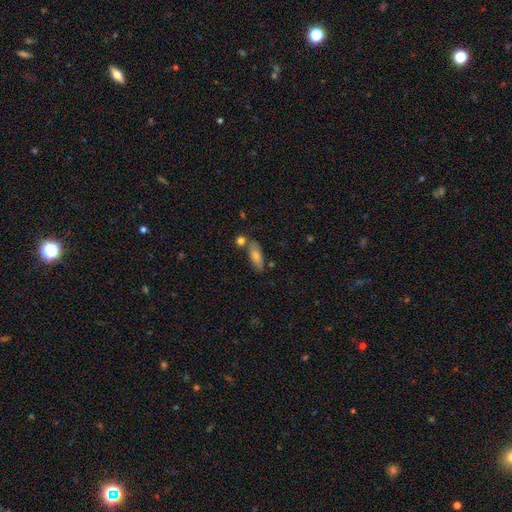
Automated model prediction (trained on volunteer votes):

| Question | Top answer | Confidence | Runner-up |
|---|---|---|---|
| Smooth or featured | smooth | 70% | featured or disk (21%) |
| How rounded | in between | 66% | cigar-shaped (30%) |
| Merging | none | 69% | minor disturbance (14%) |